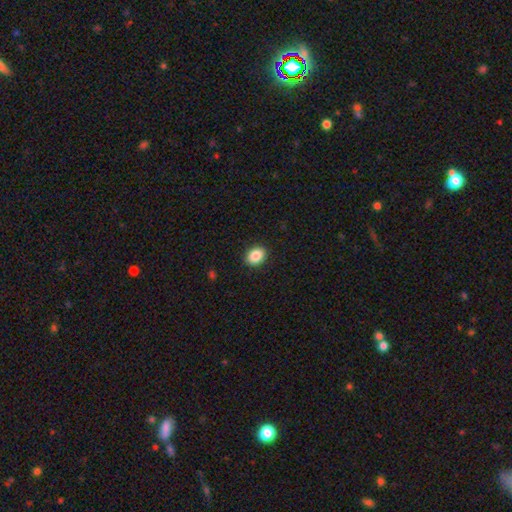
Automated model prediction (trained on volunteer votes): smooth_or_featured: smooth (p=0.87) [alt: star or artifact p=0.08]
how_rounded: in between (p=0.59) [alt: round p=0.40]
merging: none (p=0.91) [alt: minor disturbance p=0.07]